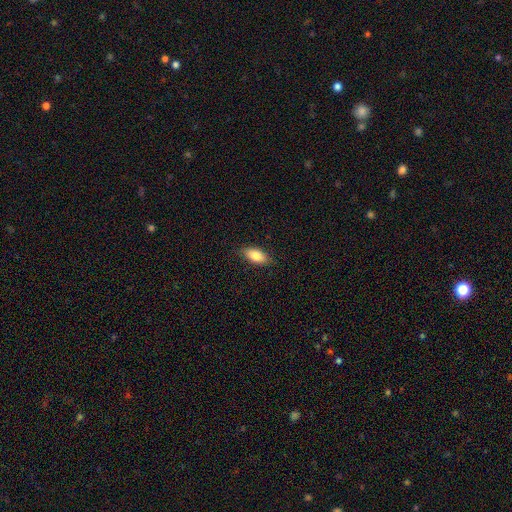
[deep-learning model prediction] This appears to be a smooth galaxy with no disk features (81%) that is in between round and cigar-shaped (88%). Merging: none (86%).